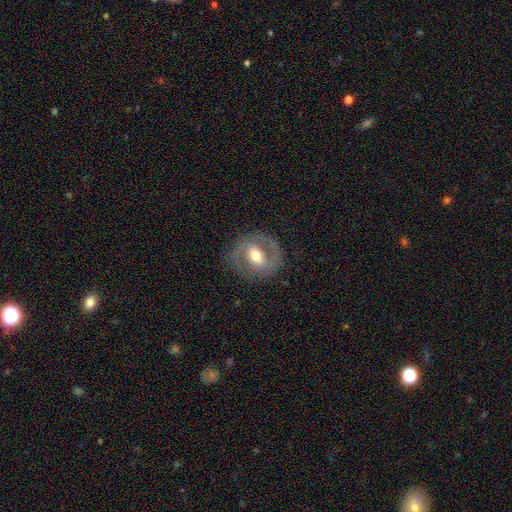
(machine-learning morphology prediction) Overall: featured or disk (73%). Edge-on disk: no (96%). Bar: weak (45%; strong 29%). Spiral arms: yes (77%). Spiral arm count: 2 (84%). Spiral winding: medium (49%; tight 32%). Bulge size: moderate (71%). Merging: none (80%).